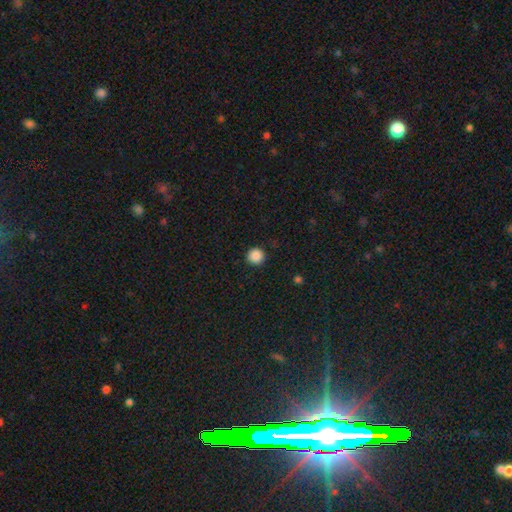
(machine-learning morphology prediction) Smooth or featured? smooth (88%)
How rounded? round (96%)
Merging? none (92%)